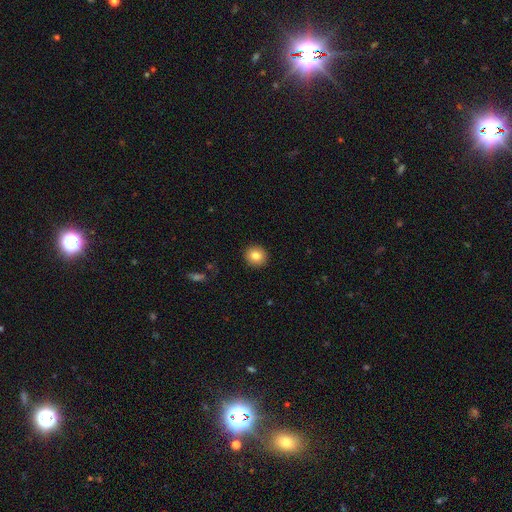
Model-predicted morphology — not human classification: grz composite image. It shows a smooth galaxy with no disk features (82%) that is round (91%). Merging: none (92%).